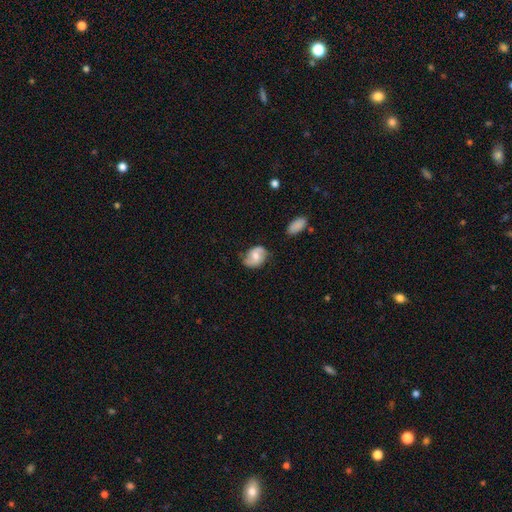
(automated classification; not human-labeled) This appears to be a smooth galaxy with no disk features (49%). Merging: none (66%).